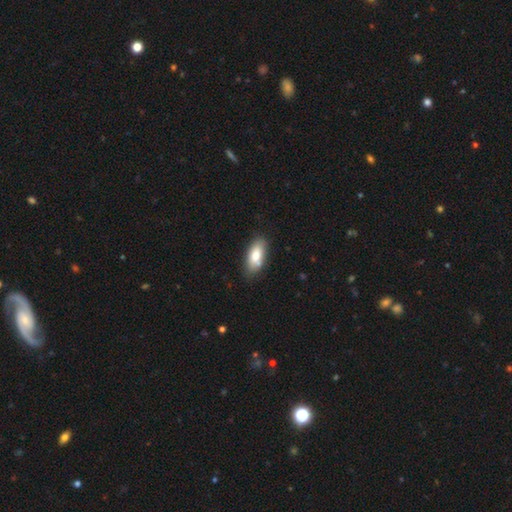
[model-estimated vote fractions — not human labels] smooth-or-featured: smooth: 79% | featured or disk: 14% | star or artifact: 6%
  how-rounded: in between: 86% | cigar-shaped: 11% | round: 3%
  merging: none: 78% | minor disturbance: 15% | merger: 4% | major disturbance: 3%